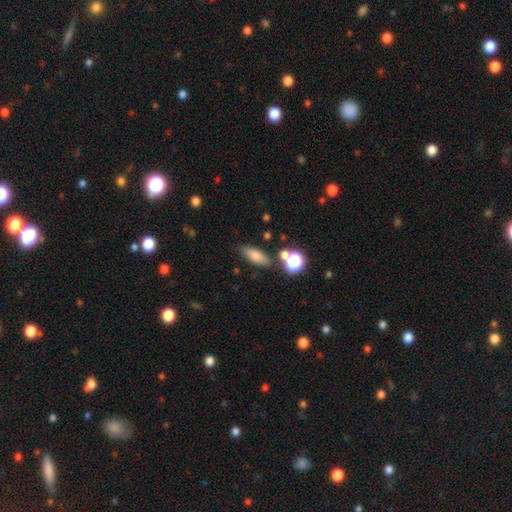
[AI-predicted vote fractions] smooth-or-featured: smooth: 74% | featured or disk: 14% | star or artifact: 12%
  how-rounded: in between: 64% | cigar-shaped: 28% | round: 8%
  merging: none: 75% | minor disturbance: 12% | merger: 9% | major disturbance: 4%